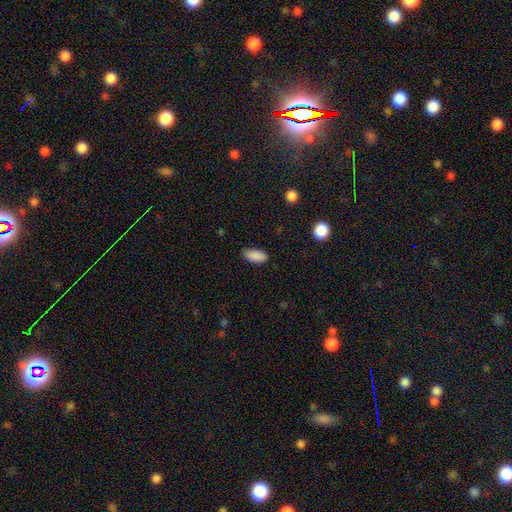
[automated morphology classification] Q: Smooth or featured?
A: smooth (89%); runner-up: star or artifact (7%)
Q: How rounded?
A: in between (90%); runner-up: cigar-shaped (7%)
Q: Merging?
A: none (81%); runner-up: minor disturbance (15%)